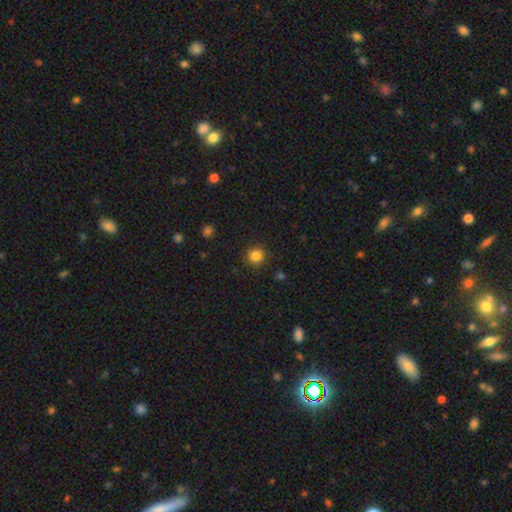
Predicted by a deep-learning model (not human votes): A smooth galaxy with no disk features (84%) that is round (93%). Merging: none (89%).